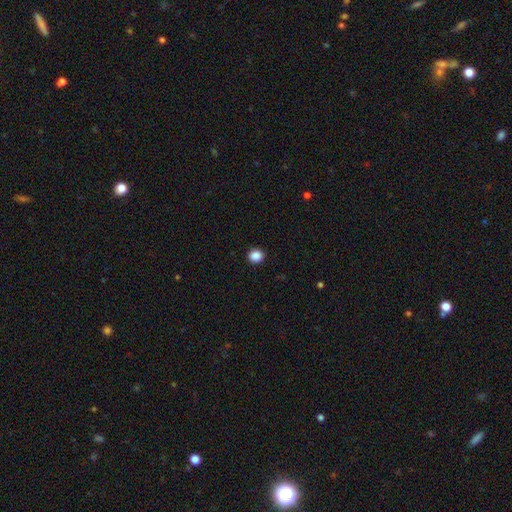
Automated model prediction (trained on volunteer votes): Overall: smooth (88%). How rounded: round (81%). Merging: none (92%).